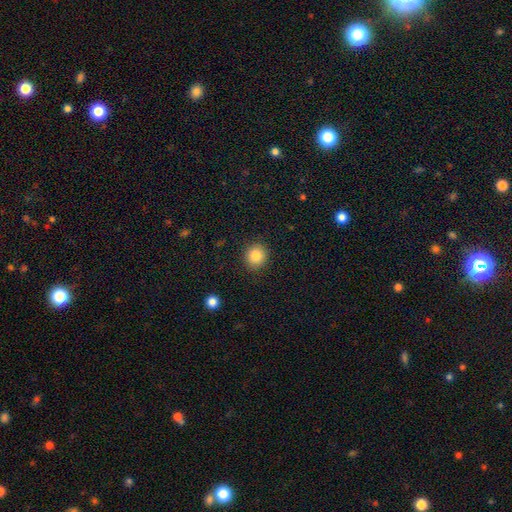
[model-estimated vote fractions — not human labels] smooth_or_featured: smooth (p=0.84) [alt: star or artifact p=0.10]
how_rounded: round (p=0.89) [alt: in between p=0.11]
merging: none (p=0.90) [alt: minor disturbance p=0.07]